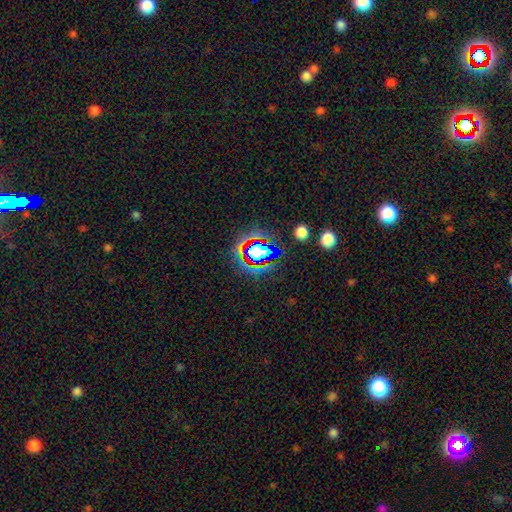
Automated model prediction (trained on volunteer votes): The model was most divided on "smooth or featured": star or artifact: 55%, smooth: 28%, featured or disk: 17%.